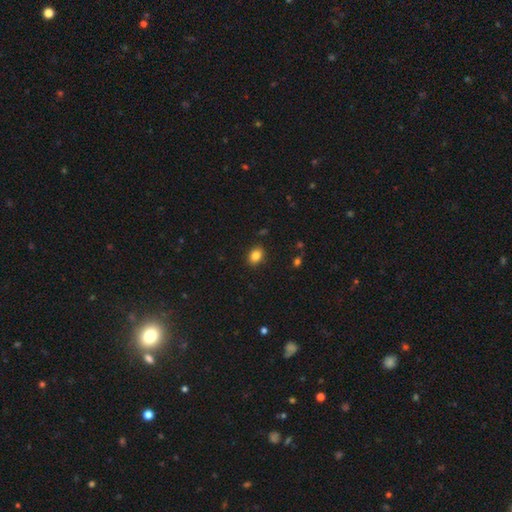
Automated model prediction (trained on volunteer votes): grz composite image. It shows a smooth galaxy with no disk features (84%) that is in between round and cigar-shaped (66%). Merging: none (89%).